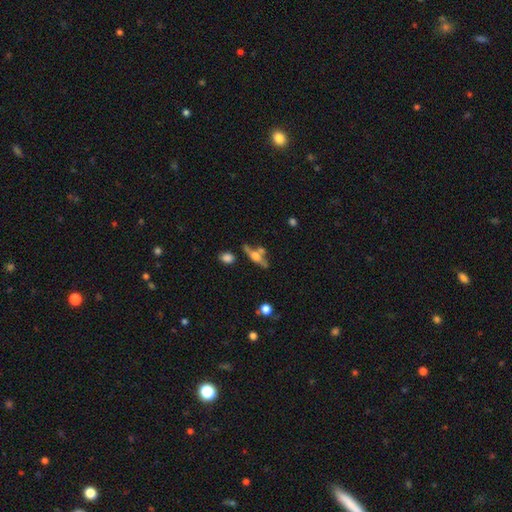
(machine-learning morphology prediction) Smooth or featured?
  - featured or disk: 60% *
  - smooth: 30%
  - star or artifact: 9%
Edge-on disk?
  - yes: 89% *
  - no: 11%
Edge-on bulge?
  - rounded: 91% *
  - boxy: 6%
  - none: 3%
Merging?
  - none: 61% *
  - merger: 18%
  - minor disturbance: 14%
  - major disturbance: 6%